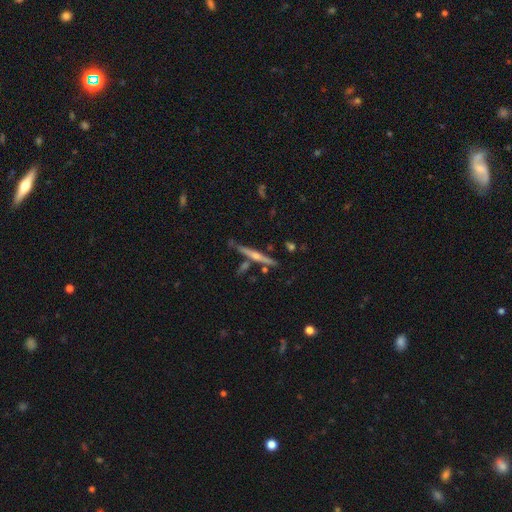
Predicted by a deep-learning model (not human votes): Overall: featured or disk (78%). Edge-on disk: yes (97%). Edge-on bulge: rounded (80%). Merging: none (81%).